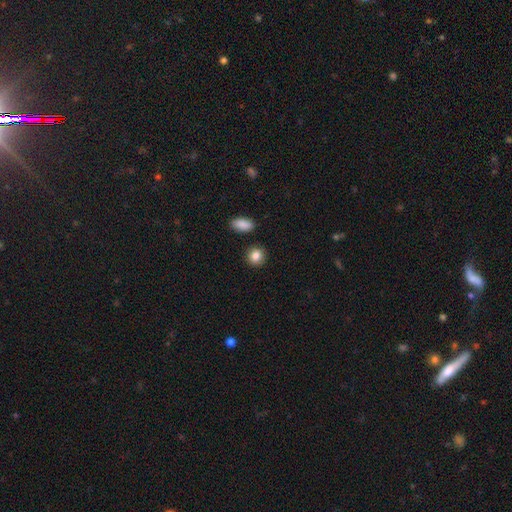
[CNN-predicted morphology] Smooth or featured? Predicted: smooth (p=0.86). How rounded? Predicted: round (p=0.82). Merging? Predicted: none (p=0.89).